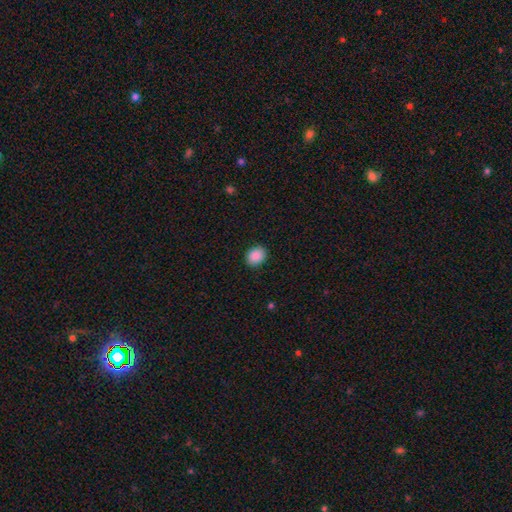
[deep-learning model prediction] Morphology: type=smooth (89%); roundness=round (54%); merging=none (90%).